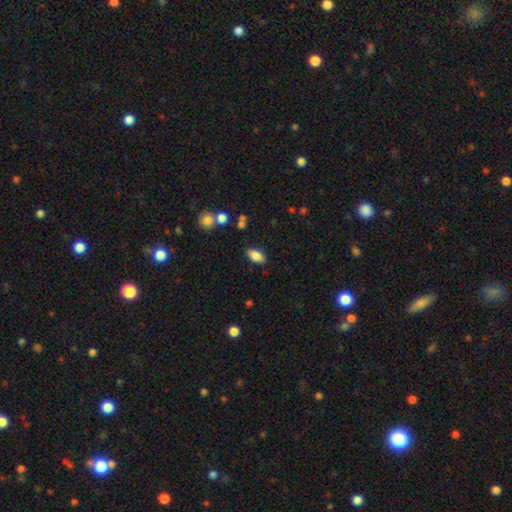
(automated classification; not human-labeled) This is clearly a smooth galaxy (84%). How rounded: clearly in between (91%). Merging: clearly none (85%).